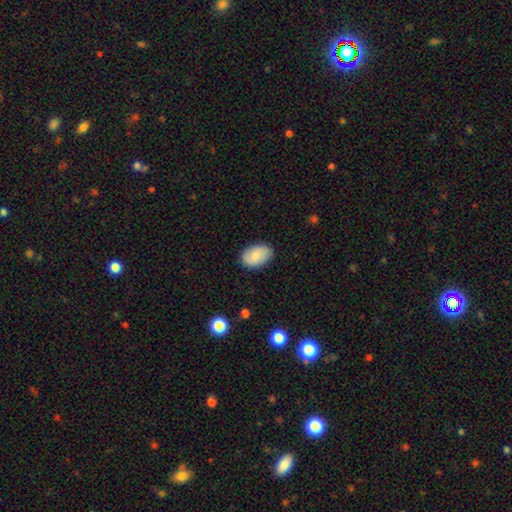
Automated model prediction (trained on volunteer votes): This appears to be a smooth galaxy with no disk features (81%) that is in between round and cigar-shaped (89%). Merging: none (85%).